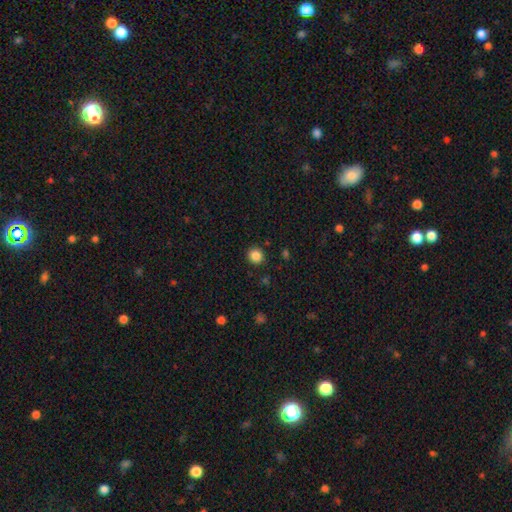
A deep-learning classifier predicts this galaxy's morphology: Smooth or featured? smooth (85%)
How rounded? round (90%)
Merging? none (91%)